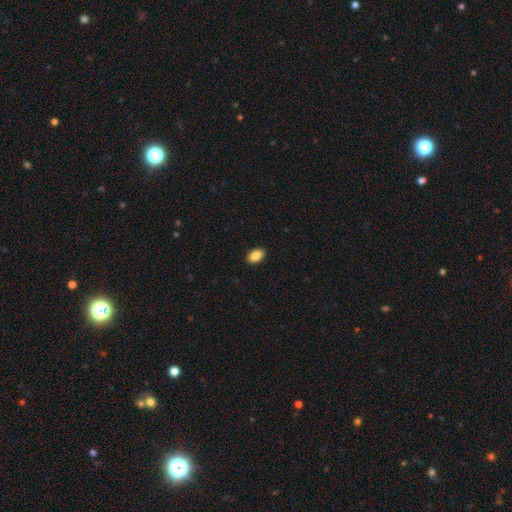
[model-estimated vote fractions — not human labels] Smooth or featured? smooth (88%)
How rounded? in between (90%)
Merging? none (90%)